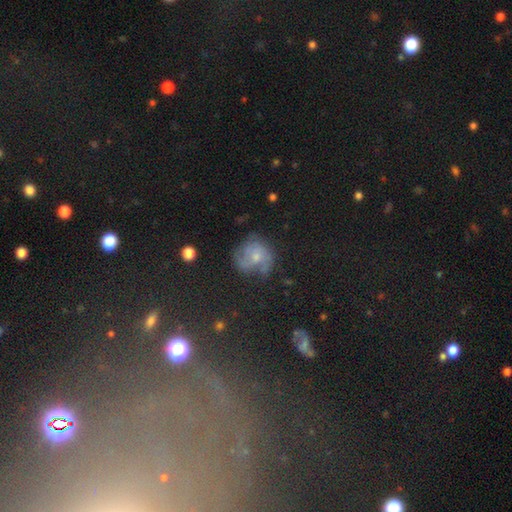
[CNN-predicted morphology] smooth_or_featured: featured or disk (p=0.53) [alt: smooth p=0.35]
disk_edge_on: no (p=0.98) [alt: yes p=0.02]
bar: no (p=0.77) [alt: weak p=0.20]
has_spiral_arms: yes (p=0.75) [alt: no p=0.25]
bulge_size: small (p=0.50) [alt: moderate p=0.37]
merging: none (p=0.52) [alt: minor disturbance p=0.25]